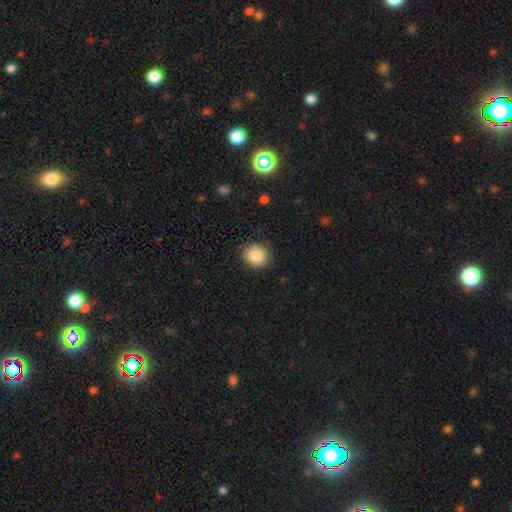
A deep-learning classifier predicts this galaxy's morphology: Smooth or featured: smooth — 84% (star or artifact — 9%)
How rounded: round — 76% (in between — 23%)
Merging: none — 89% (minor disturbance — 8%)